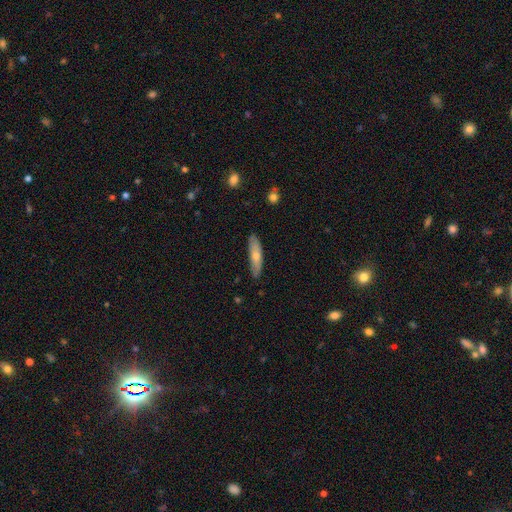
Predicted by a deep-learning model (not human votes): Smooth or featured? Predicted: smooth (p=0.53). How rounded? Predicted: cigar-shaped (p=0.77). Merging? Predicted: none (p=0.85).